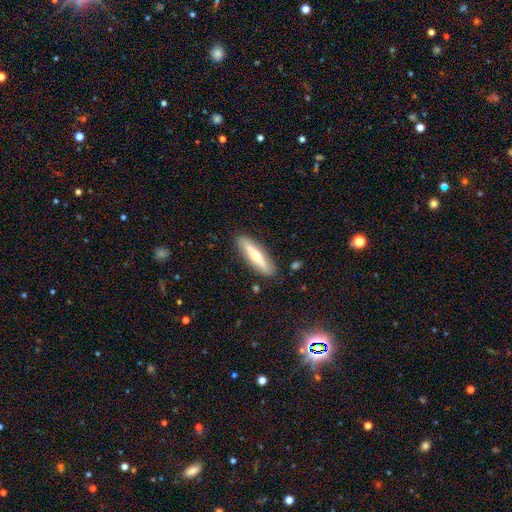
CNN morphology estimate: Smooth or featured? featured or disk (48%)
Merging? none (87%)